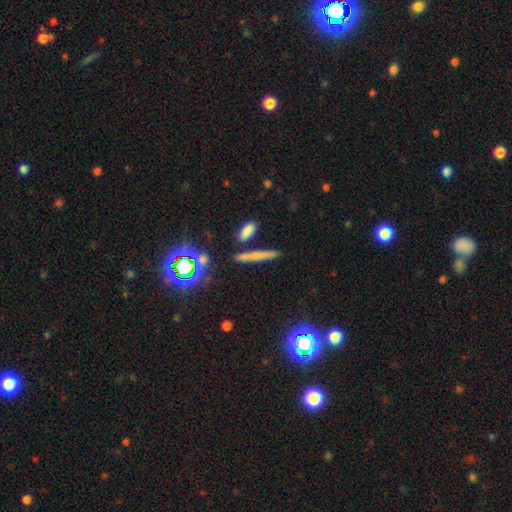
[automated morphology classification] This appears to be a smooth galaxy with no disk features (59%) that is cigar-shaped (86%). Merging: none (82%).